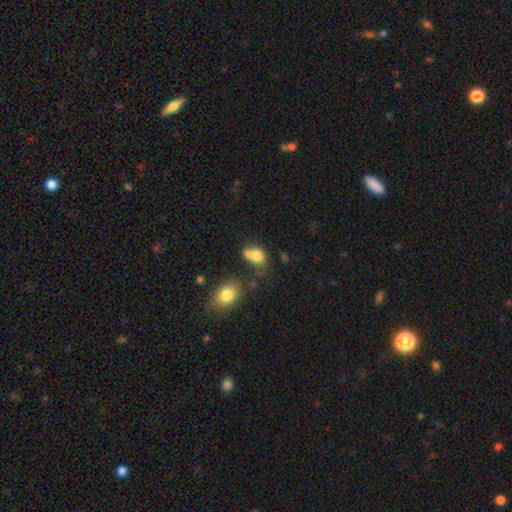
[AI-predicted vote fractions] smooth 76%, featured or disk 14%, star or artifact 11%. Down the decision tree: how rounded — in between (65%); merging — merger (43%).